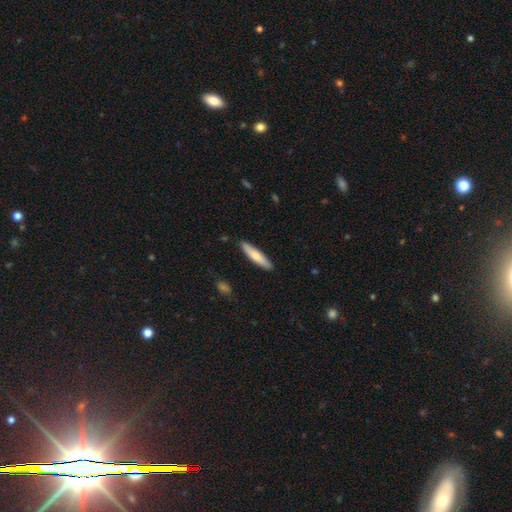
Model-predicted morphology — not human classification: Smooth or featured? smooth (67%)
How rounded? cigar-shaped (84%)
Merging? none (89%)